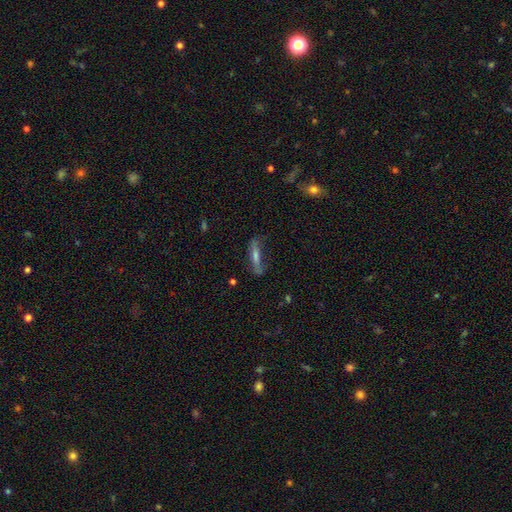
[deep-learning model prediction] A featured or disk galaxy (50%) viewed edge-on (73%).

Vote fractions:
- Smooth or featured? featured or disk: 50% / smooth: 40% / star or artifact: 10%
- Edge-on disk? yes: 73% / no: 27%
- Merging? none: 67% / minor disturbance: 21% / major disturbance: 9% / merger: 3%